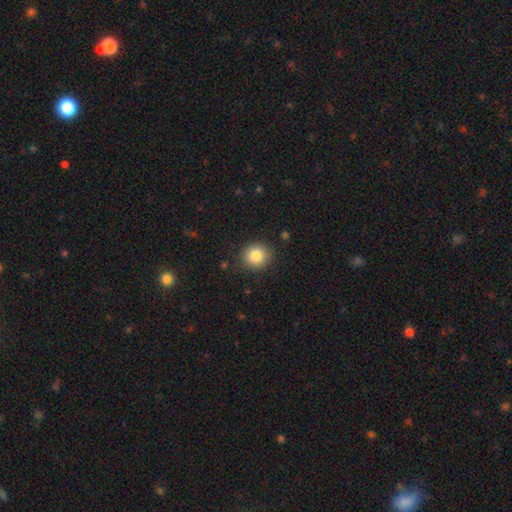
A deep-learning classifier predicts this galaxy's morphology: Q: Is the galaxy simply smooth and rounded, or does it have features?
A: smooth — 84%.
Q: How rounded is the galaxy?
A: round — 84%.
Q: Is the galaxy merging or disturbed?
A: none — 87%.